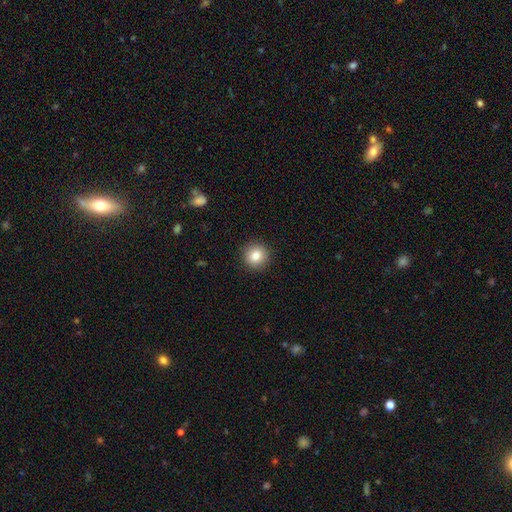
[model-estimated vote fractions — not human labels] A smooth galaxy with no disk features (83%) that is round (94%). Merging: none (92%).